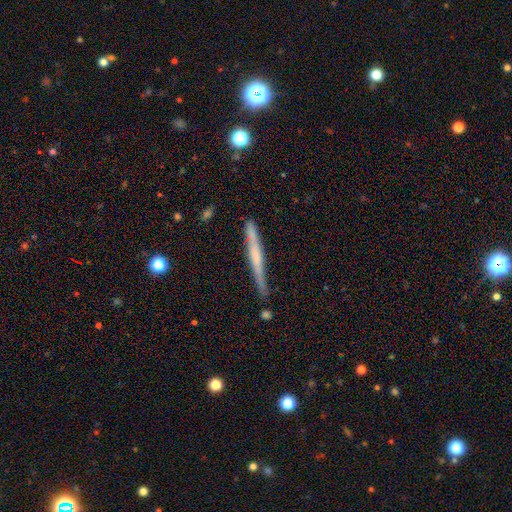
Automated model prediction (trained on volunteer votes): Smooth or featured: featured or disk — 52% (smooth — 42%)
Edge-on disk: yes — 95% (no — 5%)
Merging: none — 77% (minor disturbance — 17%)